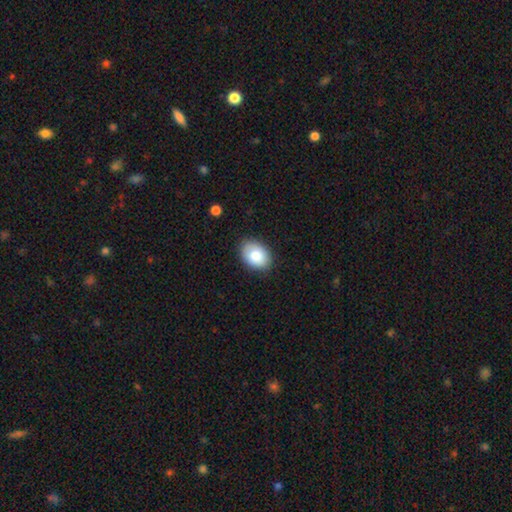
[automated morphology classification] type=smooth (82%); roundness=in between (79%); merging=none (85%).